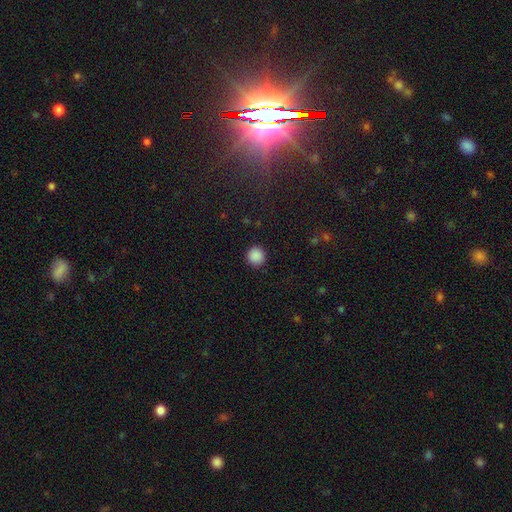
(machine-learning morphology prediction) A smooth galaxy with no disk features (88%) that is round (94%).

Vote fractions:
- Smooth or featured? smooth: 88% / star or artifact: 9% / featured or disk: 2%
- How rounded? round: 94% / in between: 5% / cigar-shaped: 1%
- Merging? none: 92% / minor disturbance: 5% / major disturbance: 2% / merger: 1%